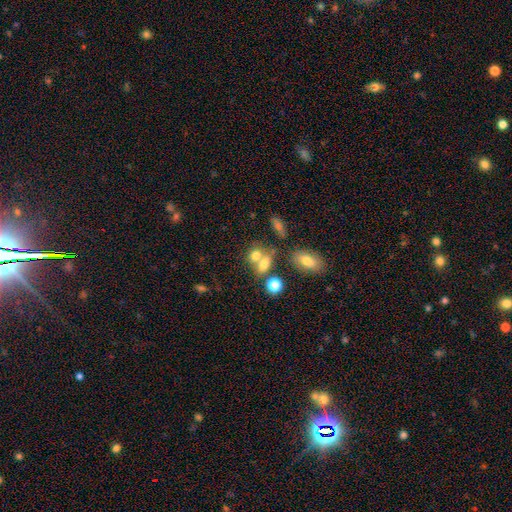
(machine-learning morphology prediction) smooth-or-featured: smooth: 71% | star or artifact: 15% | featured or disk: 14%
  how-rounded: in between: 58% | round: 39% | cigar-shaped: 3%
  merging: merger: 50% | none: 34% | minor disturbance: 10% | major disturbance: 6%